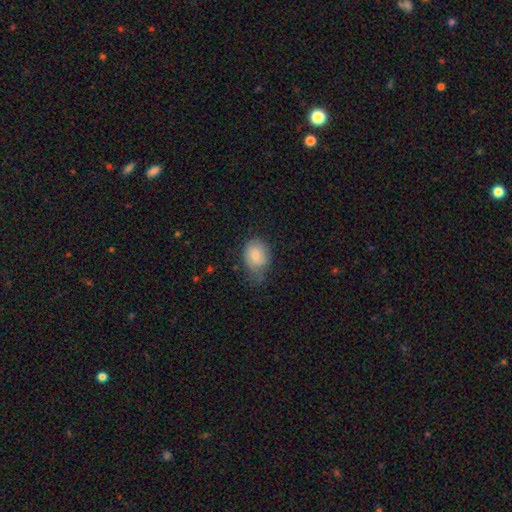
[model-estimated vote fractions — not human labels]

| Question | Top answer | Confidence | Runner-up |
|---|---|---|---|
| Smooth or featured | smooth | 76% | featured or disk (16%) |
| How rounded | in between | 56% | round (43%) |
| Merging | minor disturbance | 41% | none (40%) |